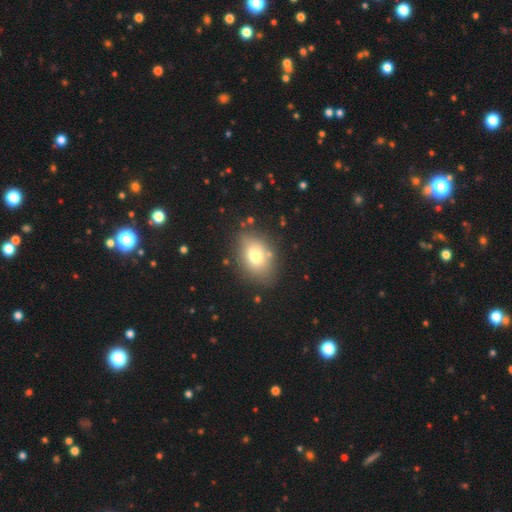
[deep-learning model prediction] smooth 74%, featured or disk 15%, star or artifact 11%. Down the decision tree: how rounded — in between (77%); merging — none (79%).